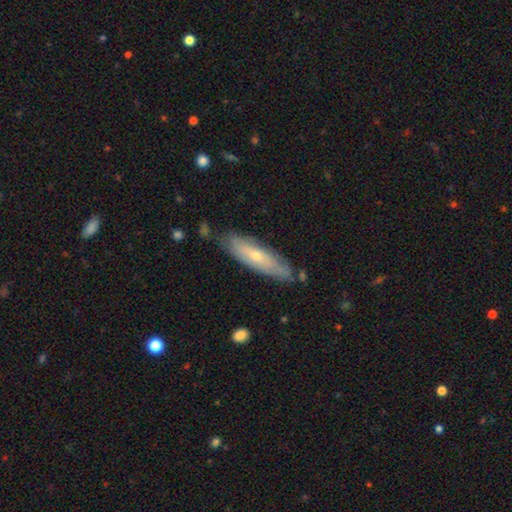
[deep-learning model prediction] Q: Smooth or featured?
A: smooth (48%); runner-up: featured or disk (46%)
Q: Merging?
A: none (76%); runner-up: minor disturbance (18%)